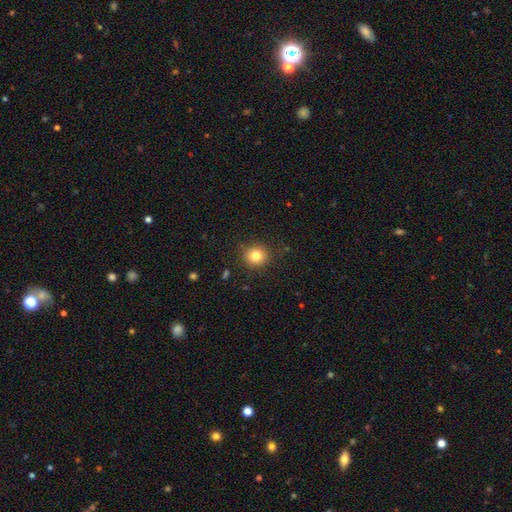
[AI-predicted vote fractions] Q: Smooth or featured?
A: smooth (81%); runner-up: star or artifact (12%)
Q: How rounded?
A: round (91%); runner-up: in between (8%)
Q: Merging?
A: none (90%); runner-up: minor disturbance (7%)